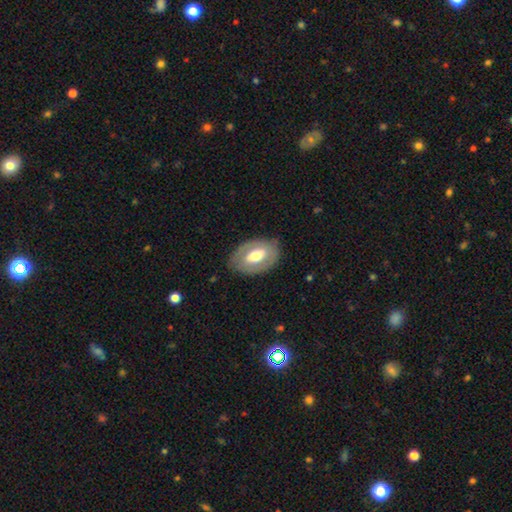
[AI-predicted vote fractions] Overall: featured or disk (50%; smooth 44%). Edge-on disk: no (90%). Merging: none (81%).